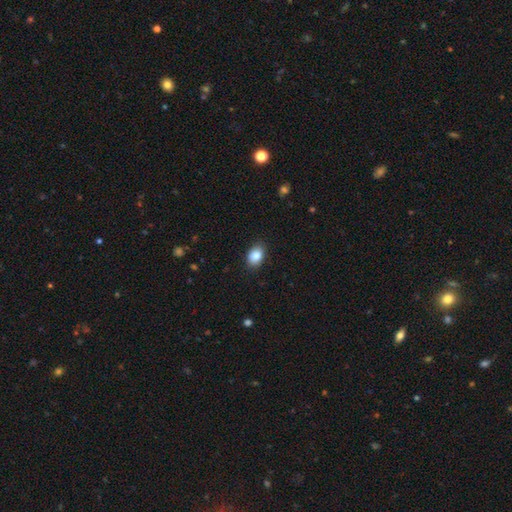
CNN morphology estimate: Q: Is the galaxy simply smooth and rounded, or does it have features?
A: smooth — 86%.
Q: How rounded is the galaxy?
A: in between — 80%.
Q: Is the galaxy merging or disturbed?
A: none — 86%.